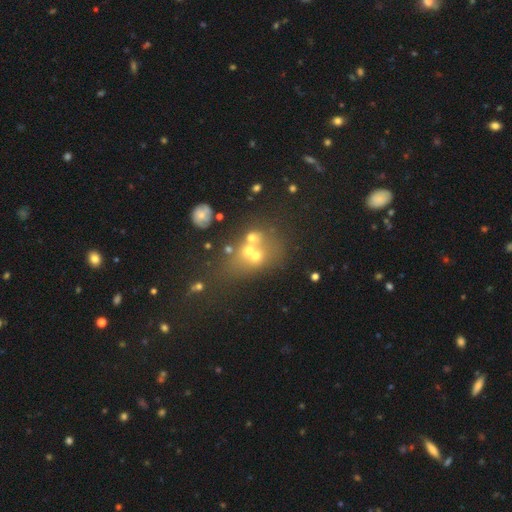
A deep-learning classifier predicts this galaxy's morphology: This appears to be a smooth galaxy with no disk features (48%). Merging: merger (50%).